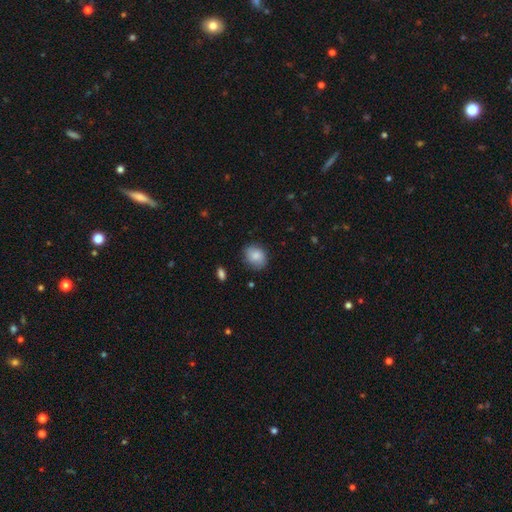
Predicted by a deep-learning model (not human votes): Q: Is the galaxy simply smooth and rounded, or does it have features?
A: smooth — 78%.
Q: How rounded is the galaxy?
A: round — 52%.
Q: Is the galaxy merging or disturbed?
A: none — 75%.